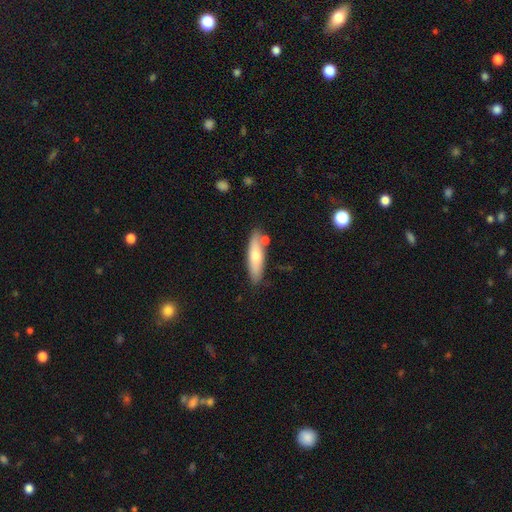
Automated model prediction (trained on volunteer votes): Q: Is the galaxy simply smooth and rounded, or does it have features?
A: smooth — 64%.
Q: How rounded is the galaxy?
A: cigar-shaped — 64%.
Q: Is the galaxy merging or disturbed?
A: none — 76%.